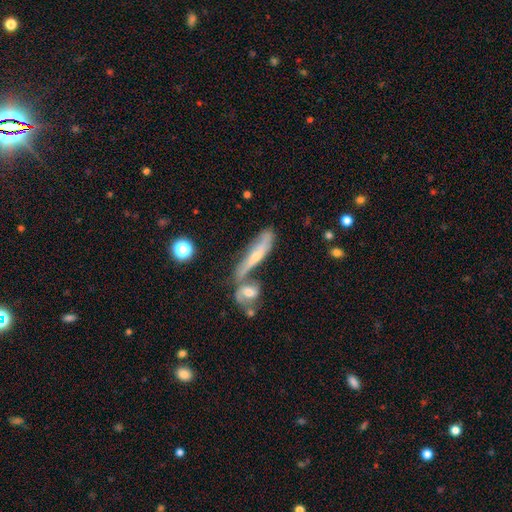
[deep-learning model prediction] featured or disk 59%, smooth 32%, star or artifact 8%. Down the decision tree: edge-on disk — yes (66%); merging — none (41%).